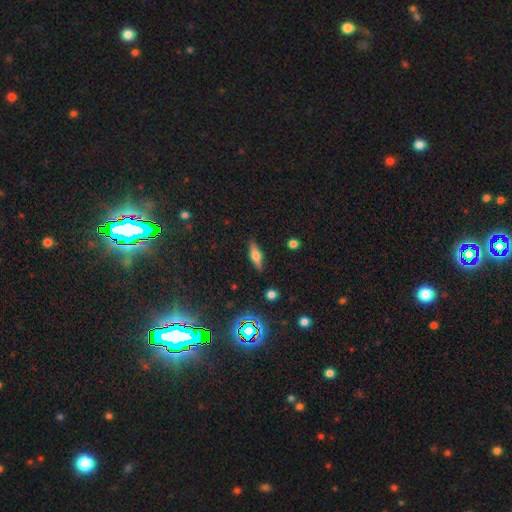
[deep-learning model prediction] Smooth or featured? smooth (52%)
How rounded? in between (50%)
Merging? none (86%)